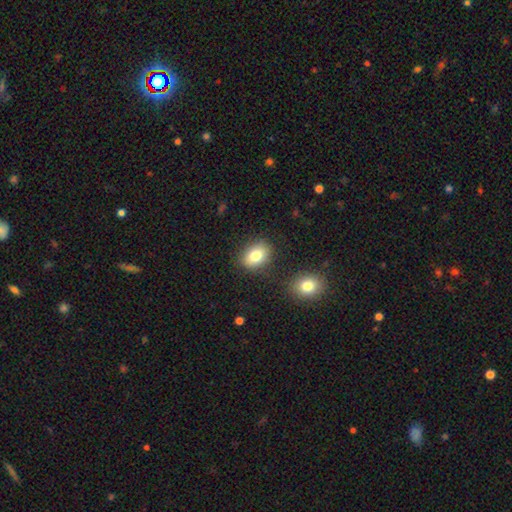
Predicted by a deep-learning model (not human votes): The model was most divided on "how rounded": in between: 70%, round: 28%, cigar-shaped: 1%. More confident: merging — none (82%); smooth or featured — smooth (80%).